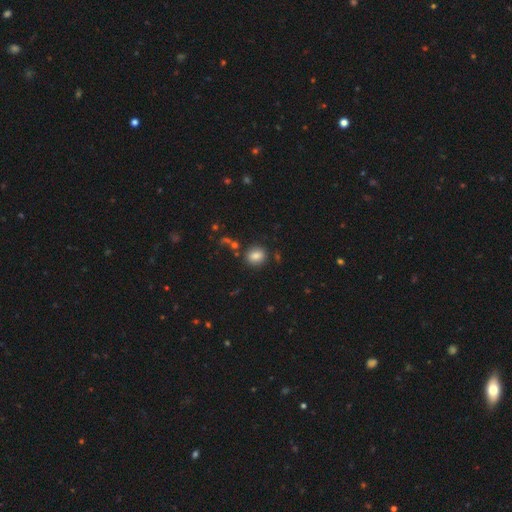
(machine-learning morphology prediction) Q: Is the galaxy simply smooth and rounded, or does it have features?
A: smooth — 83%.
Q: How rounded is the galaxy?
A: round — 71%.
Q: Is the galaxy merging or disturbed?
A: none — 83%.